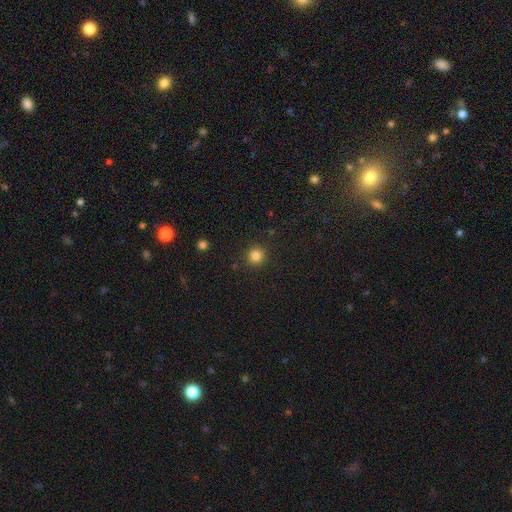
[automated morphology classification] Smooth or featured? smooth (83%)
How rounded? round (94%)
Merging? none (91%)